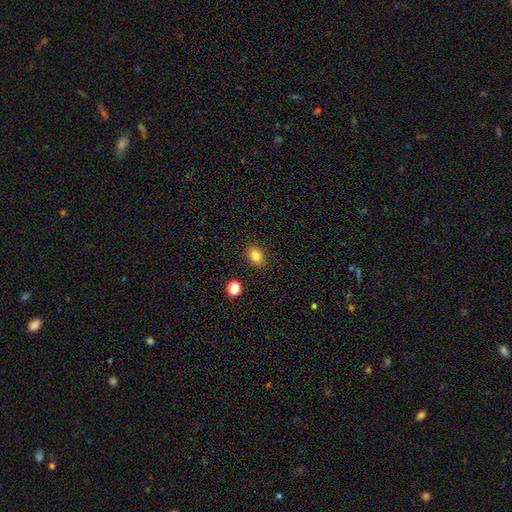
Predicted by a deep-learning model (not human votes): Smooth or featured?
  - smooth: 83% *
  - star or artifact: 11%
  - featured or disk: 6%
How rounded?
  - in between: 67% *
  - round: 31%
  - cigar-shaped: 1%
Merging?
  - none: 88% *
  - minor disturbance: 8%
  - major disturbance: 2%
  - merger: 2%